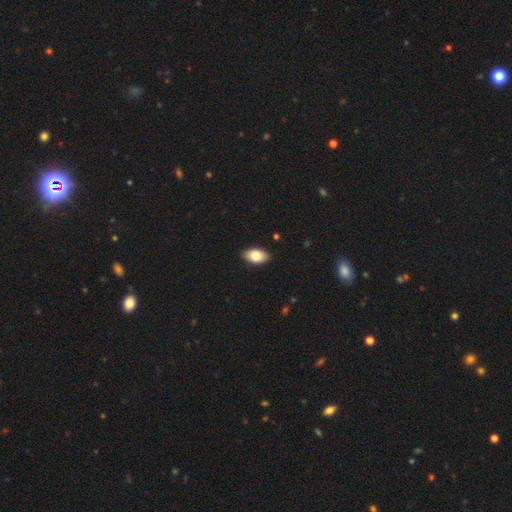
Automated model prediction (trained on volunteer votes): Smooth or featured: smooth — 82% (featured or disk — 12%)
How rounded: in between — 93% (round — 5%)
Merging: none — 88% (minor disturbance — 9%)